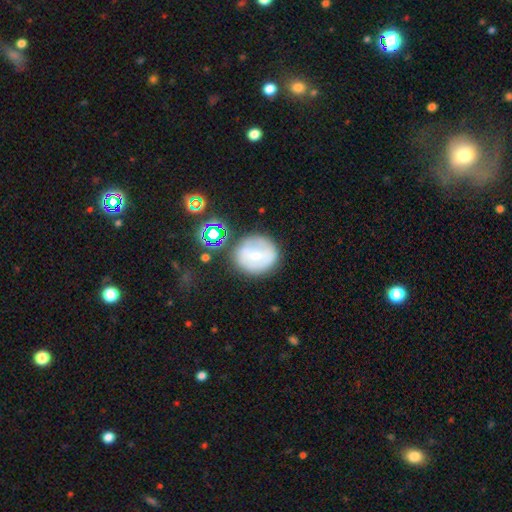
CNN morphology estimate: Smooth or featured?
  - smooth: 55% *
  - featured or disk: 33%
  - star or artifact: 11%
How rounded?
  - round: 83% *
  - in between: 16%
  - cigar-shaped: 1%
Merging?
  - none: 69% *
  - minor disturbance: 16%
  - merger: 8%
  - major disturbance: 6%